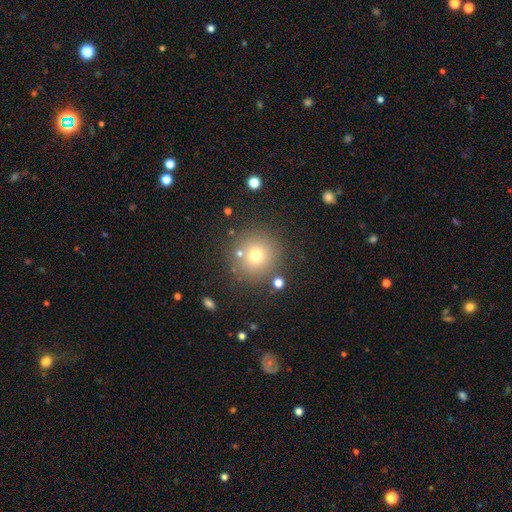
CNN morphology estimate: Smooth or featured?
  - smooth: 70% *
  - star or artifact: 18%
  - featured or disk: 12%
How rounded?
  - round: 95% *
  - in between: 4%
  - cigar-shaped: 1%
Merging?
  - none: 83% *
  - minor disturbance: 8%
  - merger: 5%
  - major disturbance: 4%